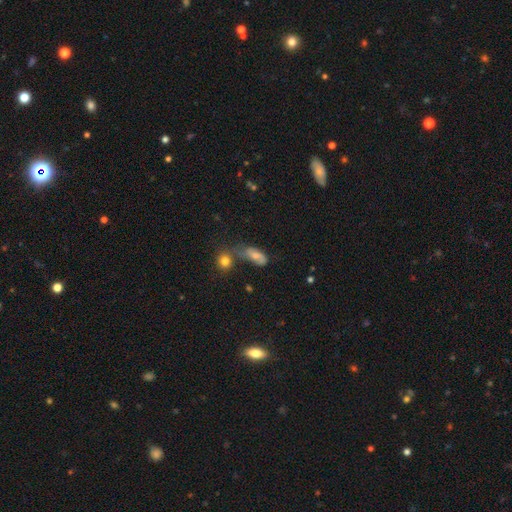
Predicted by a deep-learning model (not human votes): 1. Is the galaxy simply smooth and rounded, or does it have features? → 64% smooth, 25% featured or disk, 11% star or artifact.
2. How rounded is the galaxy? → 82% in between, 10% cigar-shaped, 8% round.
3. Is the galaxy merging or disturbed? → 31% none, 25% minor disturbance, 22% merger, 21% major disturbance.